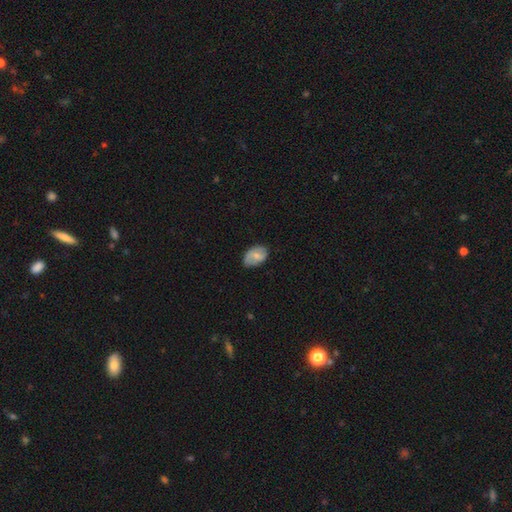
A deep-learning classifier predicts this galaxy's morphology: Q: Smooth or featured?
A: smooth (55%); runner-up: featured or disk (38%)
Q: How rounded?
A: in between (84%); runner-up: round (14%)
Q: Merging?
A: none (69%); runner-up: minor disturbance (24%)